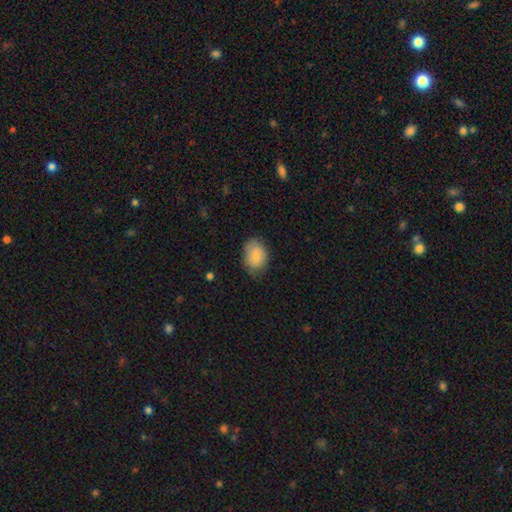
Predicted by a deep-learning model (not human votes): This appears to be a smooth galaxy with no disk features (81%) that is in between round and cigar-shaped (72%). Merging: none (72%).